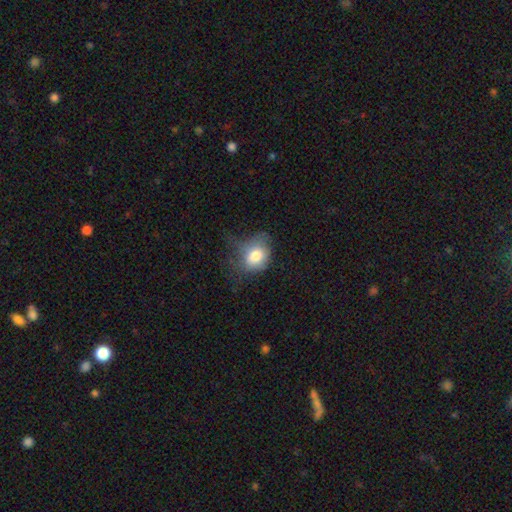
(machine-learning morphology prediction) A smooth galaxy with no disk features (74%) that is in between round and cigar-shaped (52%). Merging: none (39%).